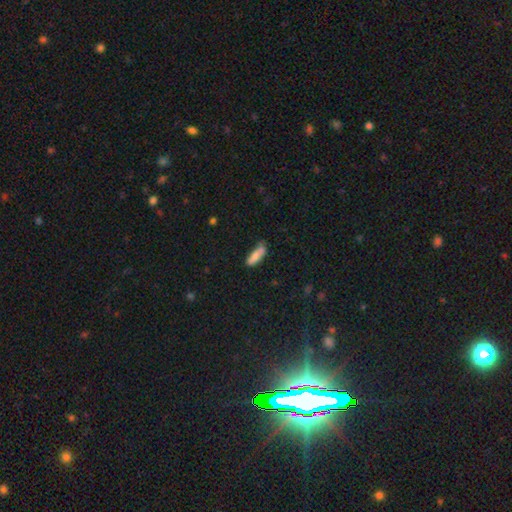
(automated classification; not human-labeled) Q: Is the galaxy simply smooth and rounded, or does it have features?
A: smooth — 77%.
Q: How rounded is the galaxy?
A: in between — 51%.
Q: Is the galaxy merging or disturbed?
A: none — 56%.